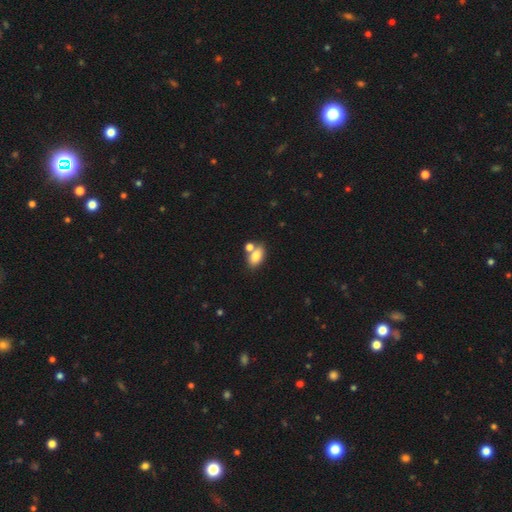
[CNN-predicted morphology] smooth_or_featured: smooth (p=0.82) [alt: featured or disk p=0.09]
how_rounded: in between (p=0.88) [alt: round p=0.09]
merging: none (p=0.53) [alt: merger p=0.31]